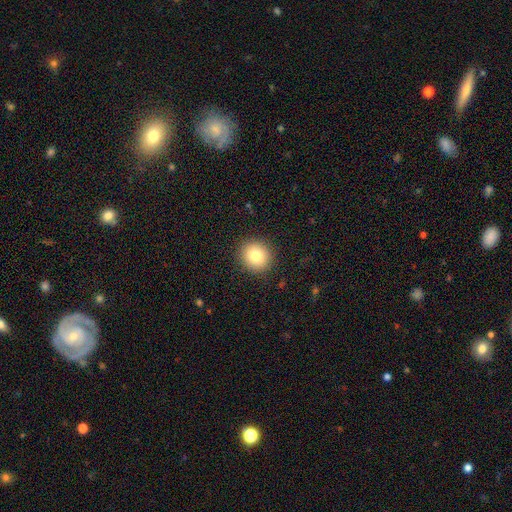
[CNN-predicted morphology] This appears to be a smooth galaxy with no disk features (79%) that is round (90%). Merging: none (91%).